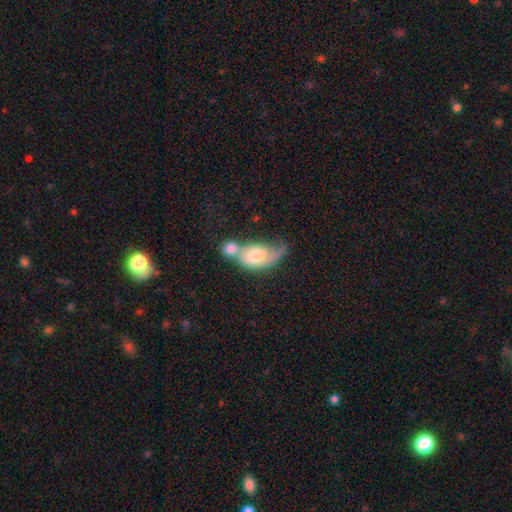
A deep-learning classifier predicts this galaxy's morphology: smooth_or_featured: smooth (p=0.49) [alt: featured or disk p=0.43]
merging: merger (p=0.63) [alt: none p=0.14]